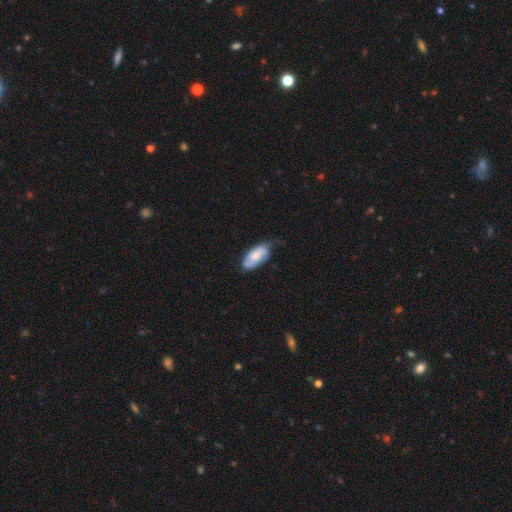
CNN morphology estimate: Overall: smooth (63%; featured or disk 31%). How rounded: in between (87%). Merging: none (44%; minor disturbance 41%).